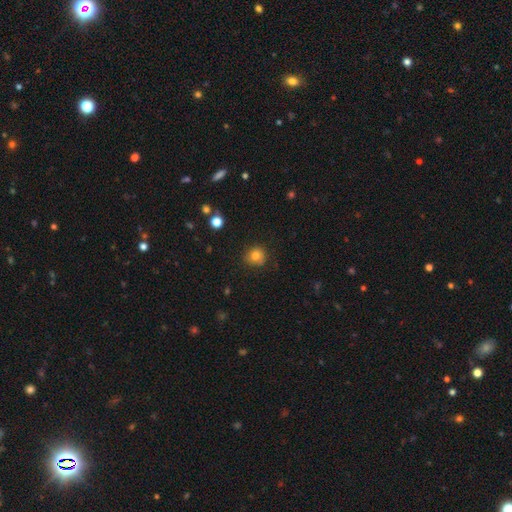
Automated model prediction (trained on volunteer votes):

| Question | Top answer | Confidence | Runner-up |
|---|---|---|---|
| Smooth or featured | smooth | 82% | star or artifact (12%) |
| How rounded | round | 88% | in between (11%) |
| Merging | none | 82% | minor disturbance (13%) |